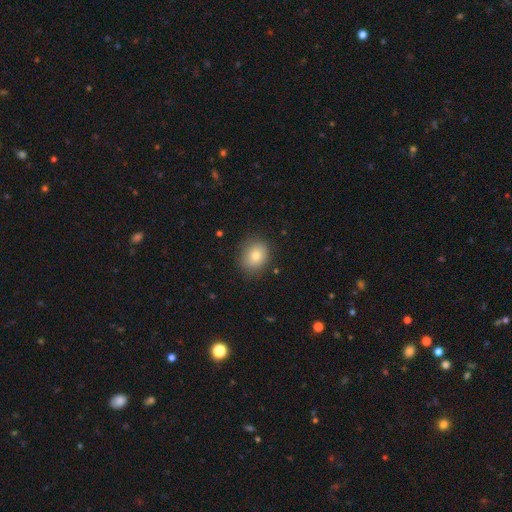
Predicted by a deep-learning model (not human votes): Overall: smooth (79%). How rounded: round (62%; in between 37%). Merging: none (85%).